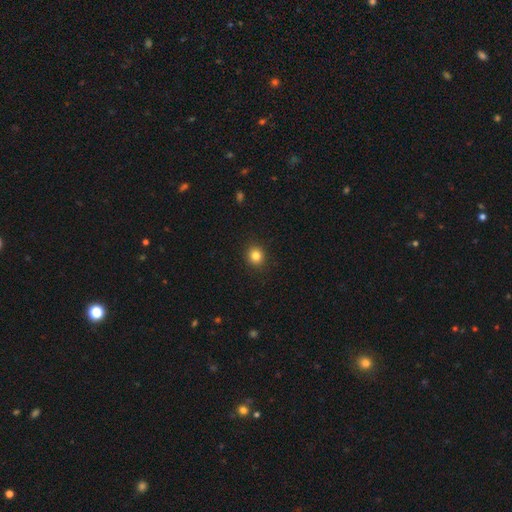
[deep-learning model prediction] smooth 83%, star or artifact 11%, featured or disk 6%. Down the decision tree: how rounded — round (83%); merging — none (91%).